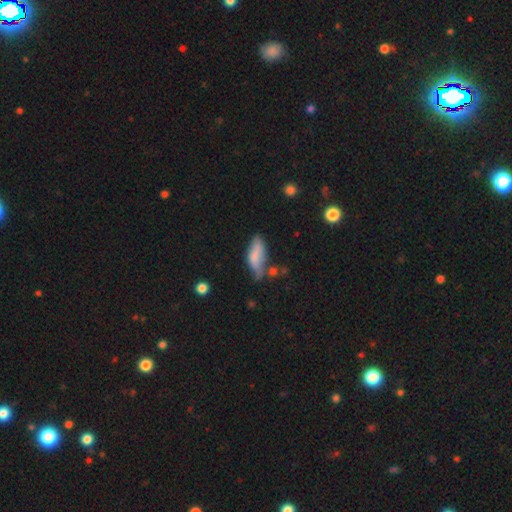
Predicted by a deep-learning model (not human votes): Q: Smooth or featured?
A: smooth (68%); runner-up: featured or disk (24%)
Q: How rounded?
A: in between (70%); runner-up: cigar-shaped (28%)
Q: Merging?
A: none (37%); runner-up: minor disturbance (33%)